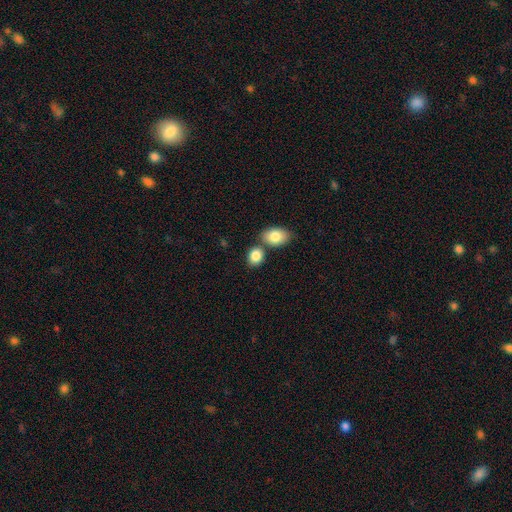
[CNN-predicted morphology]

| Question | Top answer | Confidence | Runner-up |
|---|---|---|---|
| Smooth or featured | smooth | 85% | star or artifact (8%) |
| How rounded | in between | 59% | round (40%) |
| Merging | none | 56% | merger (30%) |